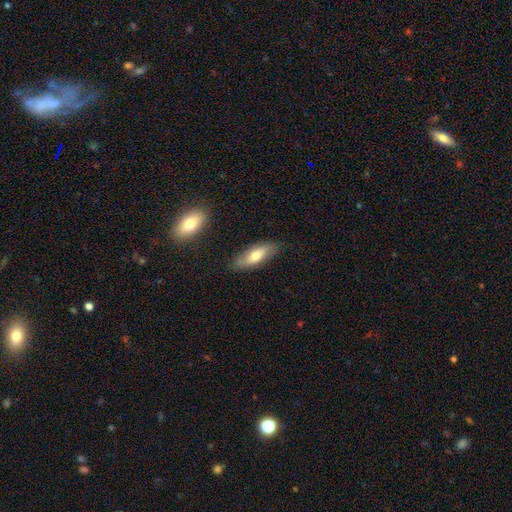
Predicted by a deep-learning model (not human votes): A smooth galaxy with no disk features (66%) that is in between round and cigar-shaped (67%). Merging: none (82%).